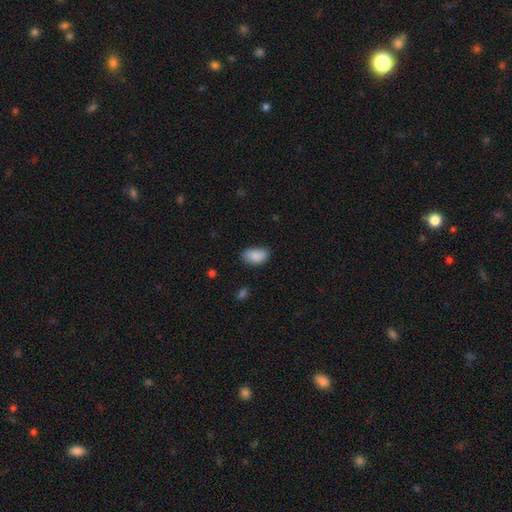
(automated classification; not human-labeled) smooth_or_featured: smooth (p=0.89) [alt: star or artifact p=0.07]
how_rounded: in between (p=0.92) [alt: round p=0.06]
merging: none (p=0.78) [alt: minor disturbance p=0.18]